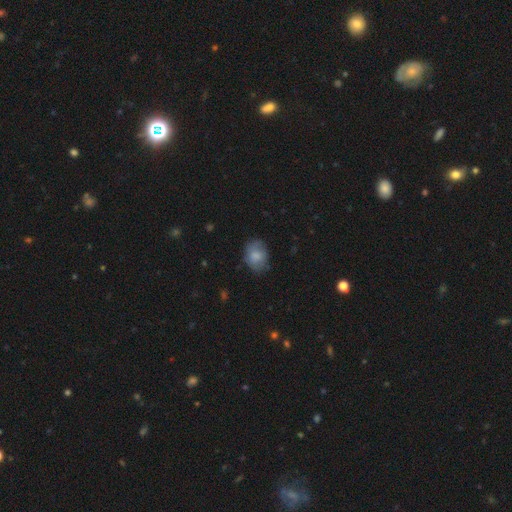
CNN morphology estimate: smooth_or_featured: smooth (p=0.77) [alt: featured or disk p=0.15]
how_rounded: in between (p=0.60) [alt: round p=0.39]
merging: none (p=0.69) [alt: minor disturbance p=0.23]